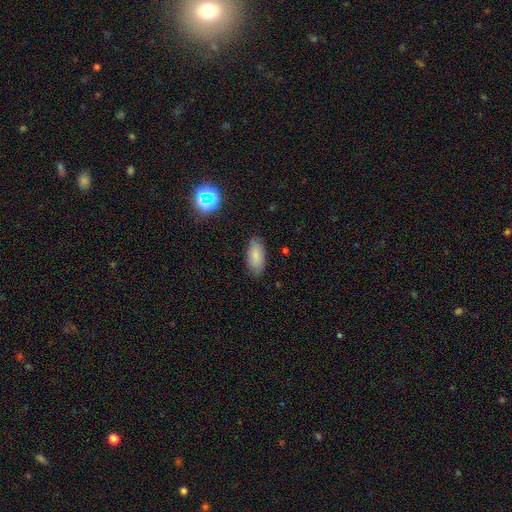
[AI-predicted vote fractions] Overall: smooth (81%). How rounded: in between (91%). Merging: none (81%).